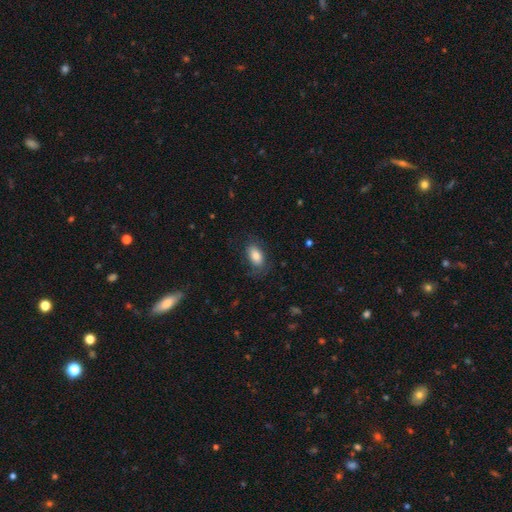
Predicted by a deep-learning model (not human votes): The model was most divided on "merging": none: 71%, minor disturbance: 19%, major disturbance: 9%, merger: 1%. More confident: how rounded — in between (91%); smooth or featured — smooth (82%).